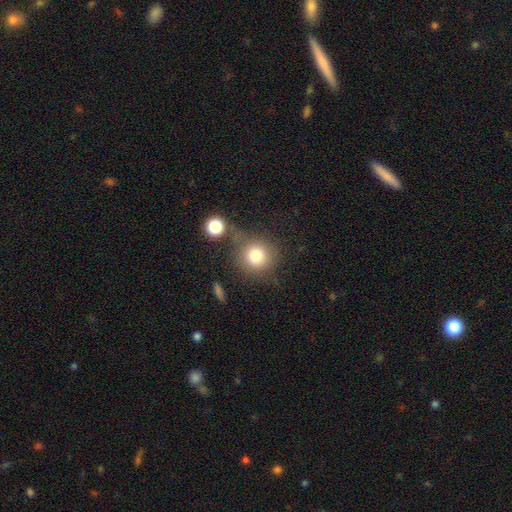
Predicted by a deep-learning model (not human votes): A smooth galaxy with no disk features (82%) that is round (89%).

Vote fractions:
- Smooth or featured? smooth: 82% / star or artifact: 10% / featured or disk: 9%
- How rounded? round: 89% / in between: 10% / cigar-shaped: 1%
- Merging? none: 60% / merger: 16% / minor disturbance: 15% / major disturbance: 8%